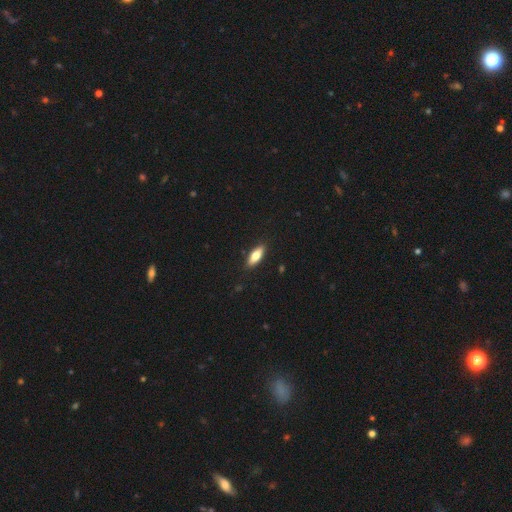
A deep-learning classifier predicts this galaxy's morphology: Smooth or featured? Predicted: smooth (p=0.74). How rounded? Predicted: in between (p=0.67). Merging? Predicted: none (p=0.88).